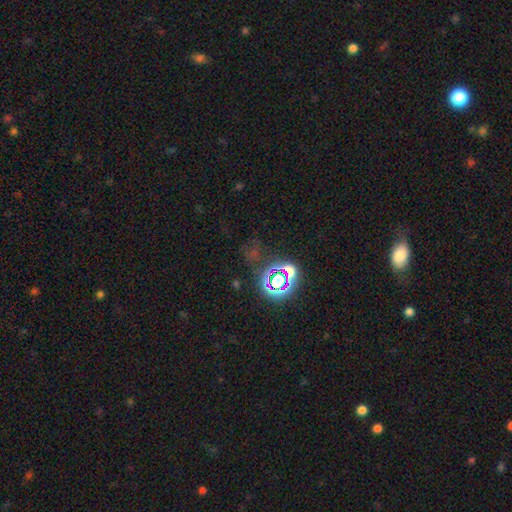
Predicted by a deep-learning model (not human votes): smooth_or_featured: star or artifact (p=0.73) [alt: smooth p=0.18]